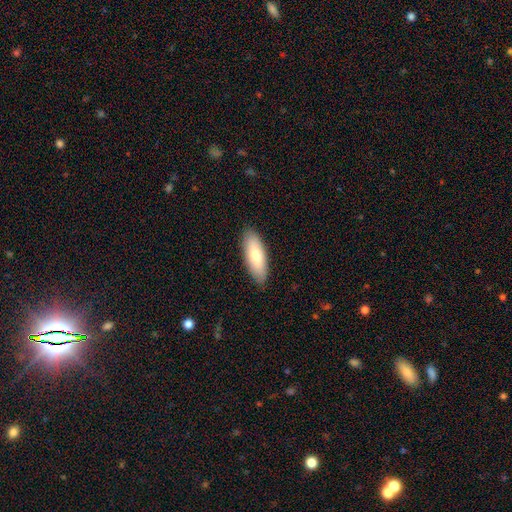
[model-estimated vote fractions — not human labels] Q: Smooth or featured?
A: smooth (77%); runner-up: featured or disk (18%)
Q: How rounded?
A: in between (66%); runner-up: cigar-shaped (32%)
Q: Merging?
A: none (87%); runner-up: minor disturbance (10%)